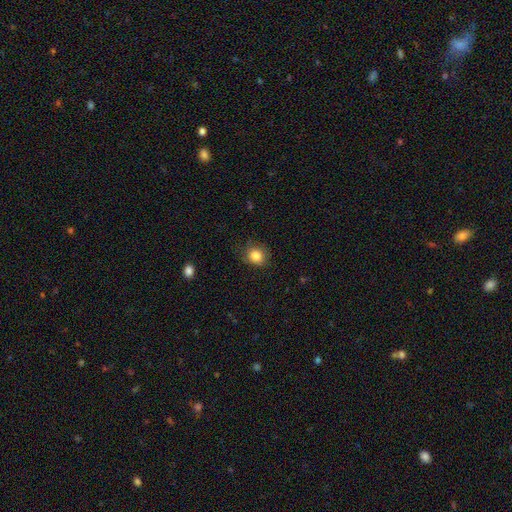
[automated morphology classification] Smooth or featured?
  - smooth: 85% *
  - star or artifact: 10%
  - featured or disk: 5%
How rounded?
  - round: 73% *
  - in between: 26%
  - cigar-shaped: 1%
Merging?
  - none: 78% *
  - minor disturbance: 17%
  - major disturbance: 4%
  - merger: 1%